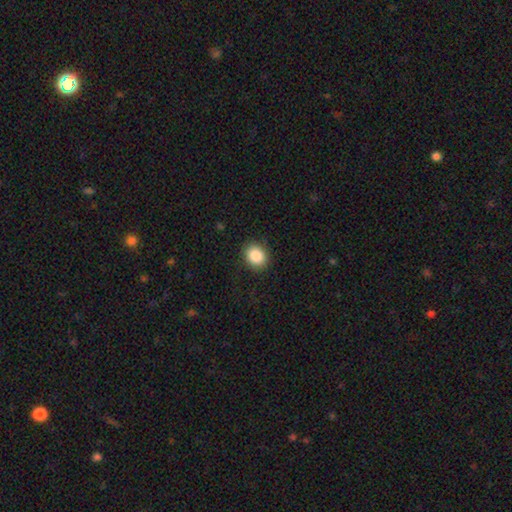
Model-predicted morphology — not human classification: This appears to be a smooth galaxy with no disk features (88%) that is round (61%). Merging: none (89%).